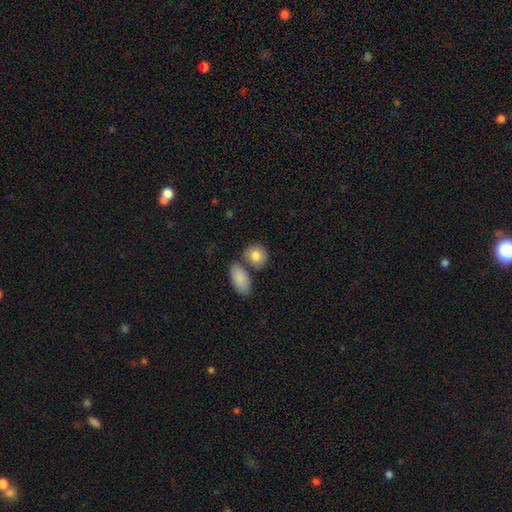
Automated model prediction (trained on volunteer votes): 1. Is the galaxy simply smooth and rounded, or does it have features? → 85% smooth, 8% featured or disk, 7% star or artifact.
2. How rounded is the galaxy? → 57% round, 41% in between, 2% cigar-shaped.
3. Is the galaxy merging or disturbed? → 58% none, 25% merger, 13% minor disturbance, 4% major disturbance.